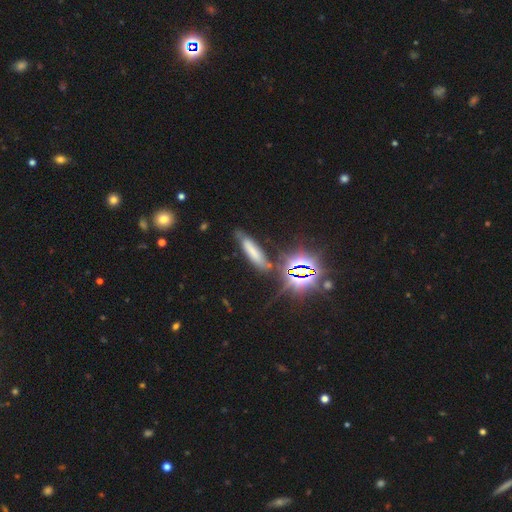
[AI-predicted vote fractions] Overall: smooth (47%; star or artifact 34%). Merging: none (69%).